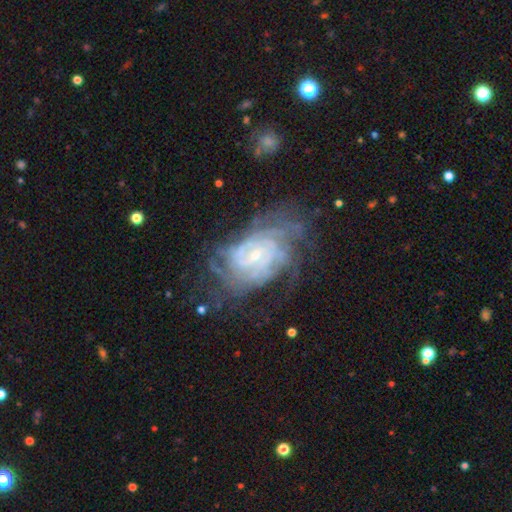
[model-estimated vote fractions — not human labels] Smooth or featured: featured or disk — 86% (star or artifact — 7%)
Edge-on disk: no — 97% (yes — 3%)
Bar: no — 47% (weak — 42%)
Spiral arms: yes — 95% (no — 5%)
Spiral winding: tight — 69% (medium — 25%)
Spiral arm count: can't tell — 40% (4 — 18%)
Bulge size: small — 73% (moderate — 21%)
Merging: none — 60% (minor disturbance — 22%)